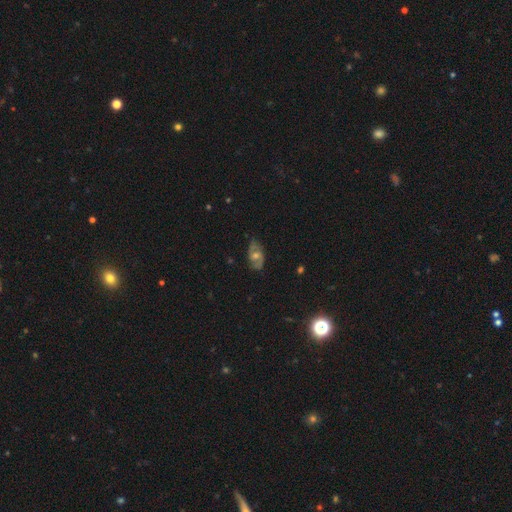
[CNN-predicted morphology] Smooth or featured: featured or disk — 66% (smooth — 22%)
Edge-on disk: no — 94% (yes — 6%)
Bar: no — 55% (weak — 37%)
Spiral arms: yes — 81% (no — 19%)
Bulge size: moderate — 64% (small — 26%)
Merging: none — 77% (minor disturbance — 17%)